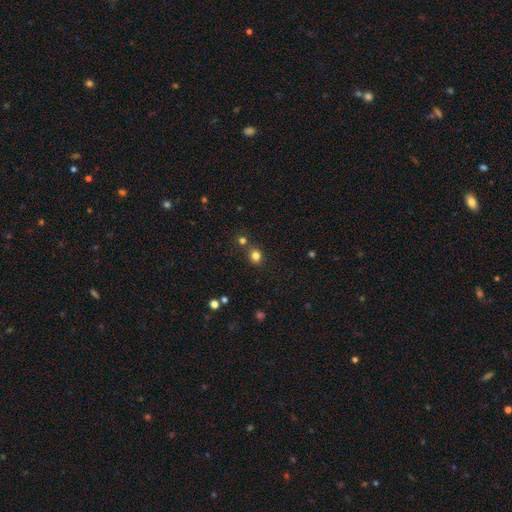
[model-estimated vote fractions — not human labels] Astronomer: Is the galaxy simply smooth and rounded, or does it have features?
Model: smooth — 79%.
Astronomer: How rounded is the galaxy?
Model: round — 73%.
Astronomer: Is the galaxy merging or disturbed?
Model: none — 74%.